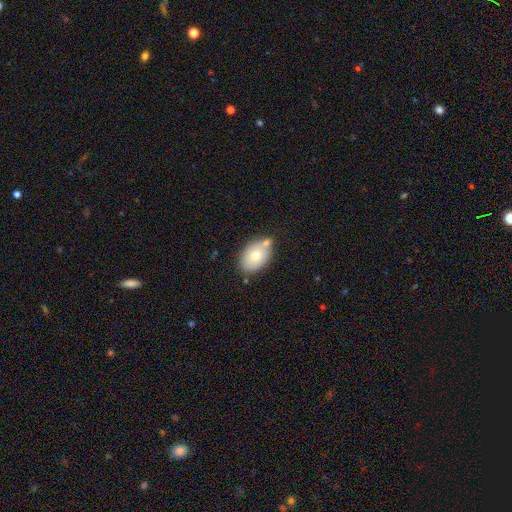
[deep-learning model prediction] Overall: smooth (71%). How rounded: in between (85%). Merging: none (61%).